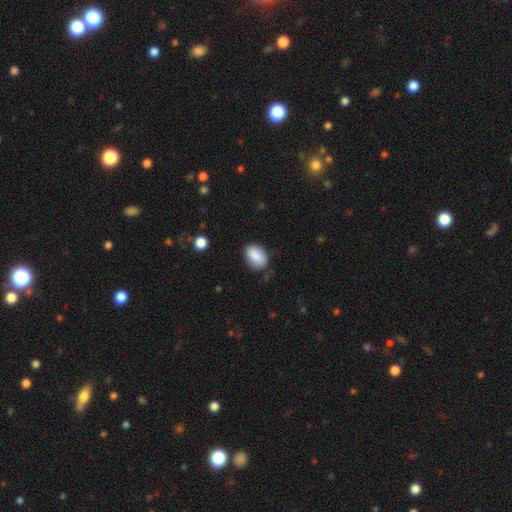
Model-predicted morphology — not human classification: smooth-or-featured: smooth: 87% | star or artifact: 7% | featured or disk: 6%
  how-rounded: in between: 81% | round: 18% | cigar-shaped: 1%
  merging: none: 80% | minor disturbance: 15% | major disturbance: 3% | merger: 2%